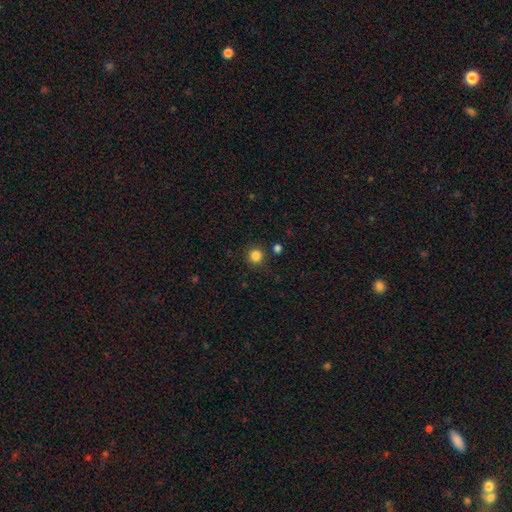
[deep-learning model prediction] Smooth or featured? Predicted: smooth (p=0.84). How rounded? Predicted: round (p=0.95). Merging? Predicted: none (p=0.85).